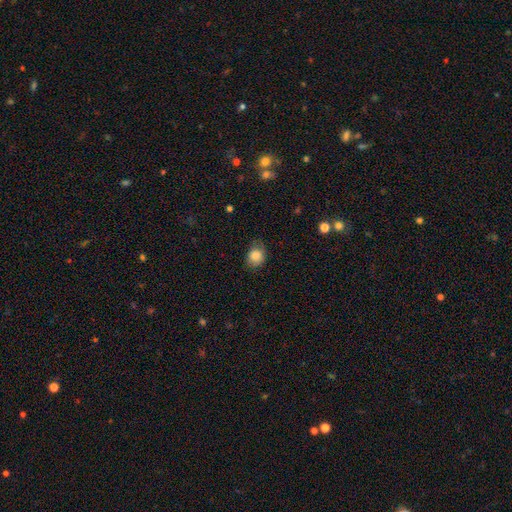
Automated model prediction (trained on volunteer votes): Smooth or featured? smooth (85%)
How rounded? round (55%)
Merging? none (66%)